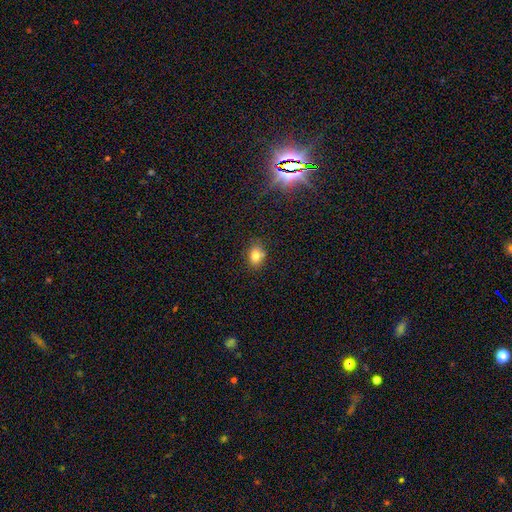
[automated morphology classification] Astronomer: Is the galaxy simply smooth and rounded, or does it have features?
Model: smooth — 79%.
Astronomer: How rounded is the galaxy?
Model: in between — 60% (runner-up: round, 39%).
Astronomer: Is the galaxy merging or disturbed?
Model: none — 72%.